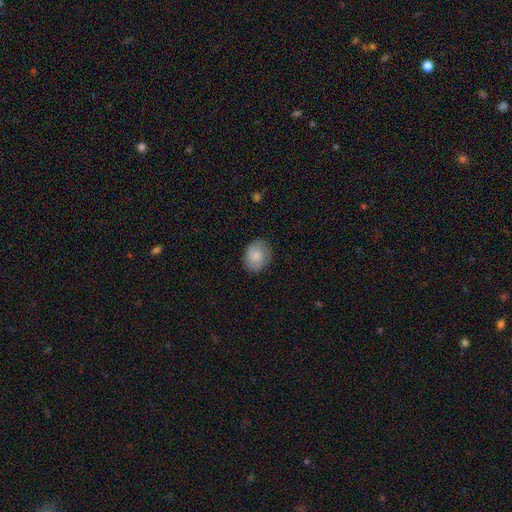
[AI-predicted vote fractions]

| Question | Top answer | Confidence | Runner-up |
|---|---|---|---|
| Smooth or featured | smooth | 78% | featured or disk (15%) |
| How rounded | round | 52% | in between (47%) |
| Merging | none | 82% | minor disturbance (14%) |